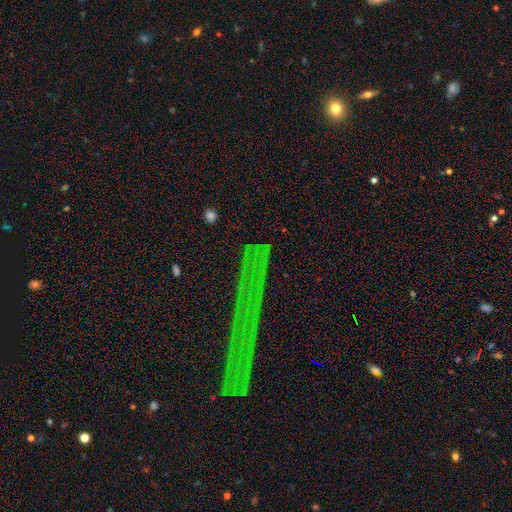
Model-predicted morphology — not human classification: A star or artifact, not a galaxy (69%).